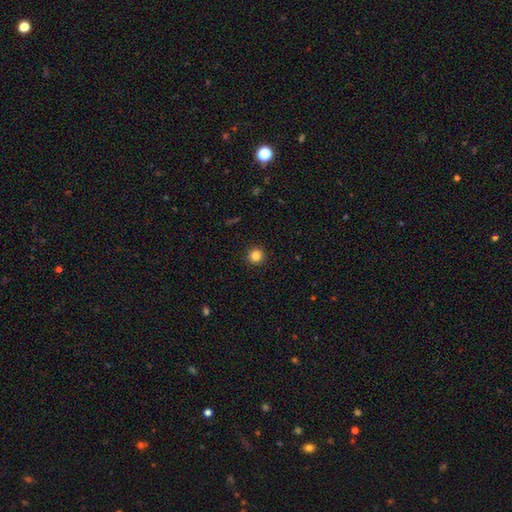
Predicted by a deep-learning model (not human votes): smooth 85%, star or artifact 11%, featured or disk 4%. Down the decision tree: how rounded — round (94%); merging — none (92%).